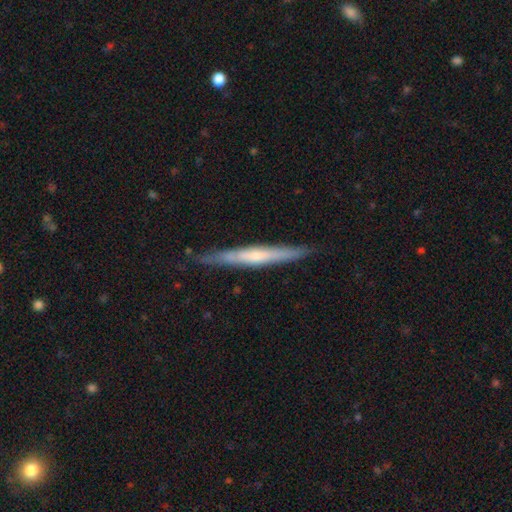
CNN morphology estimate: Overall: featured or disk (56%; smooth 38%). Edge-on disk: yes (93%). Edge-on bulge: none (52%; rounded 38%). Merging: none (84%).